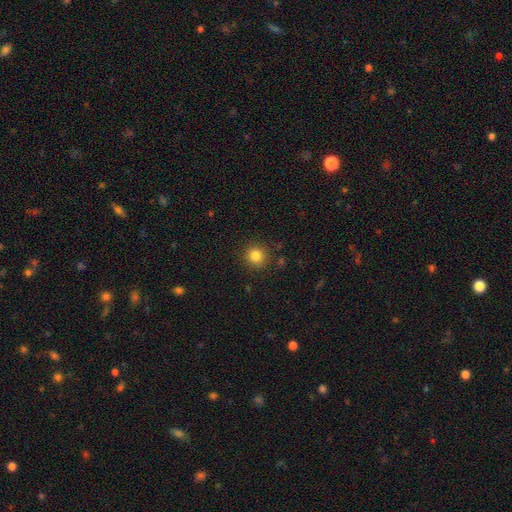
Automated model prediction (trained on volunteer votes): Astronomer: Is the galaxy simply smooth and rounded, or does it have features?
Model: smooth — 83%.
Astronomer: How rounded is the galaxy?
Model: round — 91%.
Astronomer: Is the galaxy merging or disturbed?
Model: none — 89%.